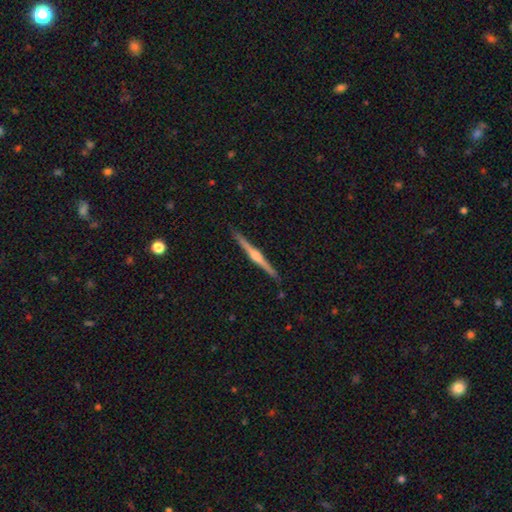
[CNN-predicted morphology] A featured or disk galaxy (82%) viewed edge-on (99%) with a rounded central bulge (90%). Merging: none (92%).